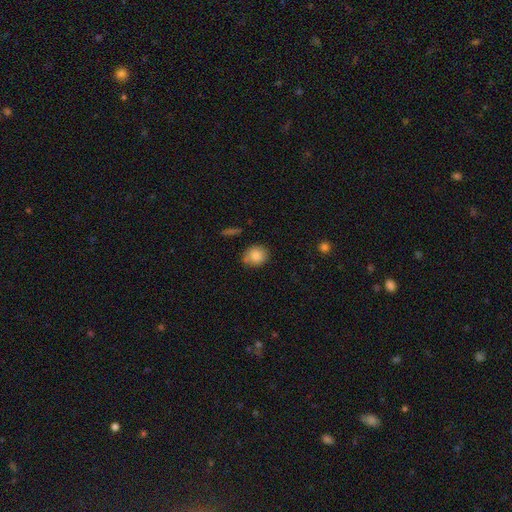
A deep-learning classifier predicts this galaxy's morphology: Smooth or featured: smooth — 83% (star or artifact — 9%)
How rounded: round — 77% (in between — 22%)
Merging: none — 75% (minor disturbance — 17%)